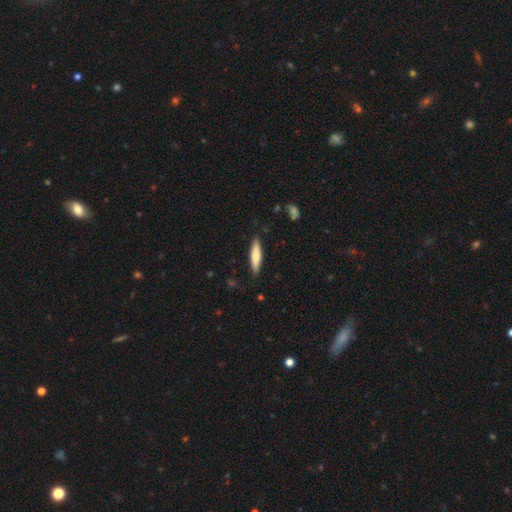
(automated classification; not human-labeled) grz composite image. It shows a smooth galaxy with no disk features (70%) that is cigar-shaped (78%). Merging: none (87%).